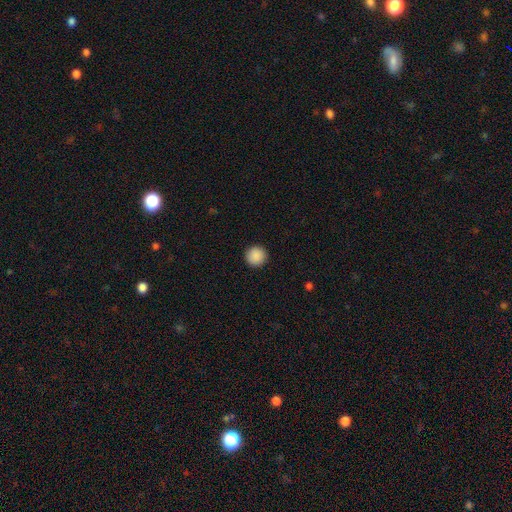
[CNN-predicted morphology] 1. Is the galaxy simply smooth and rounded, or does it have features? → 90% smooth, 8% star or artifact, 2% featured or disk.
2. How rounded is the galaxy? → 96% round, 4% in between, 1% cigar-shaped.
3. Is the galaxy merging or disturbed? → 93% none, 5% minor disturbance, 2% major disturbance, 1% merger.